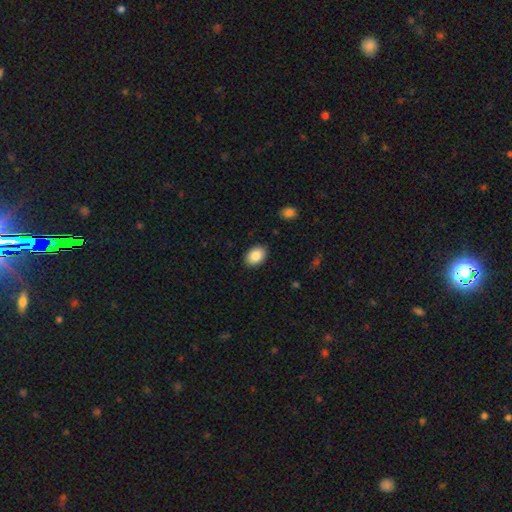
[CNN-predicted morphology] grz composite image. It shows a smooth galaxy with no disk features (87%) that is in between round and cigar-shaped (80%). Merging: none (89%).